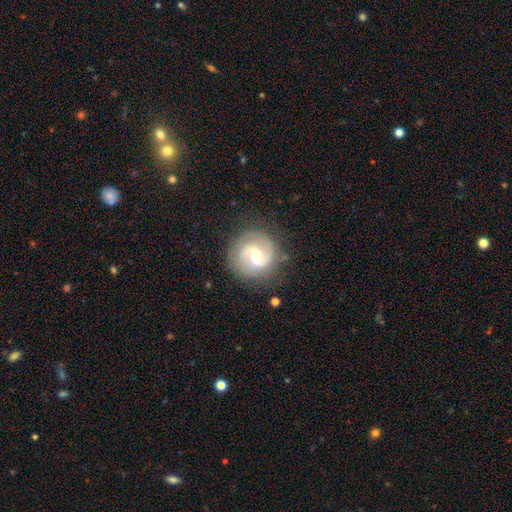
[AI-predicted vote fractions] smooth_or_featured: featured or disk (p=0.81) [alt: smooth p=0.14]
disk_edge_on: no (p=0.98) [alt: yes p=0.02]
bar: weak (p=0.57) [alt: strong p=0.24]
has_spiral_arms: yes (p=0.94) [alt: no p=0.06]
spiral_winding: medium (p=0.49) [alt: tight p=0.27]
spiral_arm_count: 2 (p=0.85) [alt: 1 p=0.06]
bulge_size: moderate (p=0.65) [alt: small p=0.19]
merging: none (p=0.79) [alt: minor disturbance p=0.13]